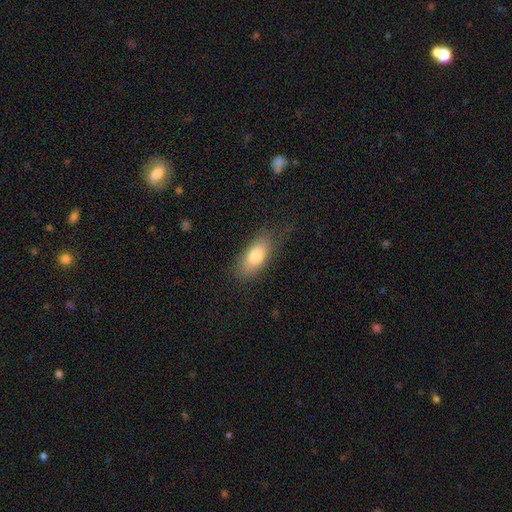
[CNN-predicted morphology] A smooth galaxy with no disk features (78%) that is in between round and cigar-shaped (84%).

Vote fractions:
- Smooth or featured? smooth: 78% / featured or disk: 16% / star or artifact: 7%
- How rounded? in between: 84% / cigar-shaped: 13% / round: 3%
- Merging? none: 74% / minor disturbance: 18% / major disturbance: 7% / merger: 1%